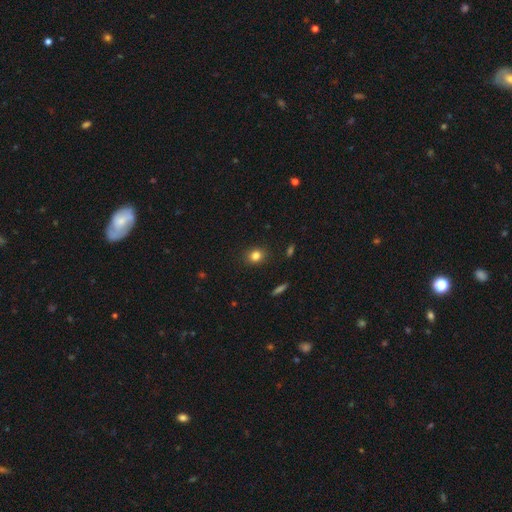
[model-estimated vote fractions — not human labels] Overall: smooth (82%). How rounded: round (70%). Merging: none (89%).